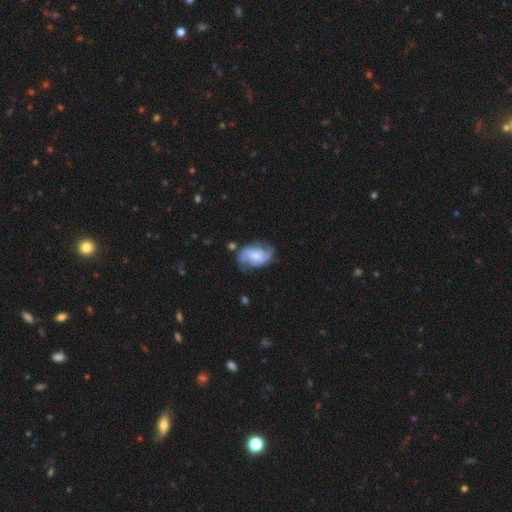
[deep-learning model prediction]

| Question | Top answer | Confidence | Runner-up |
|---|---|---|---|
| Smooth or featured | featured or disk | 66% | smooth (28%) |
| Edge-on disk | no | 97% | yes (3%) |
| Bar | no | 49% | weak (39%) |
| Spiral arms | yes | 90% | no (10%) |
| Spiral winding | medium | 42% | loose (38%) |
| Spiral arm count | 2 | 78% | can't tell (11%) |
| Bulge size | small | 51% | moderate (33%) |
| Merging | none | 63% | minor disturbance (23%) |